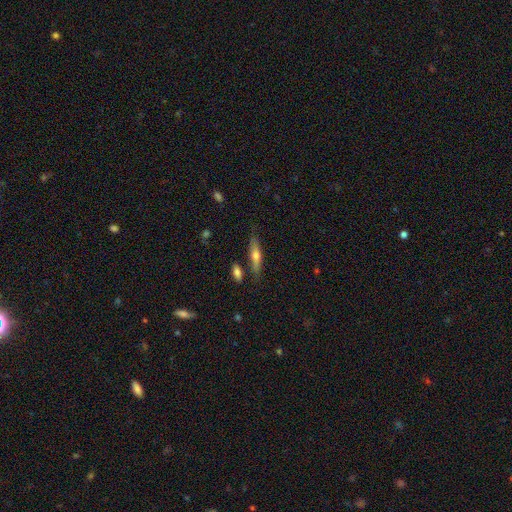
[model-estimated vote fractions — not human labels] Smooth or featured: smooth — 48% (featured or disk — 45%)
Merging: none — 79% (minor disturbance — 12%)